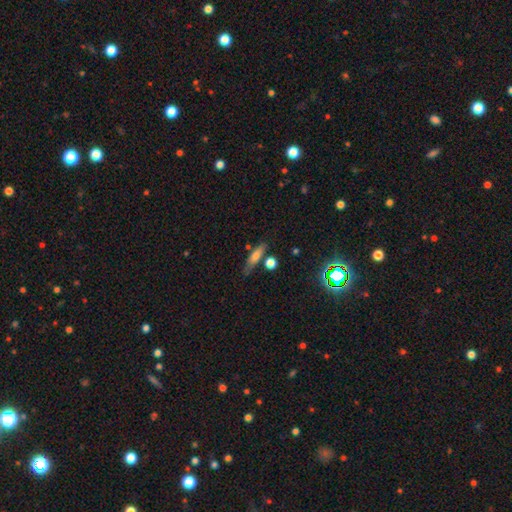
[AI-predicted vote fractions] The model was most divided on "how rounded": cigar-shaped: 66%, in between: 28%, round: 6%. More confident: merging — none (68%); smooth or featured — smooth (64%).